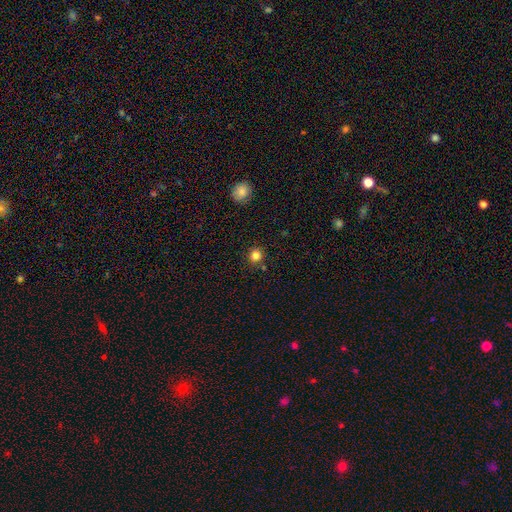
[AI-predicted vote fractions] This is clearly a smooth galaxy (83%). How rounded: clearly round (91%). Merging: clearly none (85%).